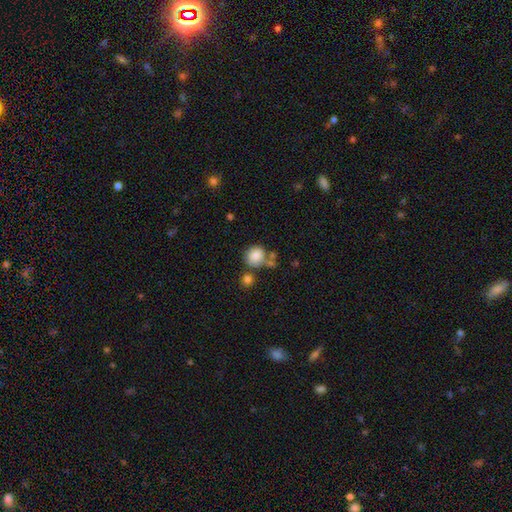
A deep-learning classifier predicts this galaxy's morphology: The model was most divided on "merging": none: 59%, merger: 20%, minor disturbance: 15%, major disturbance: 6%. More confident: smooth or featured — smooth (84%); how rounded — round (80%).